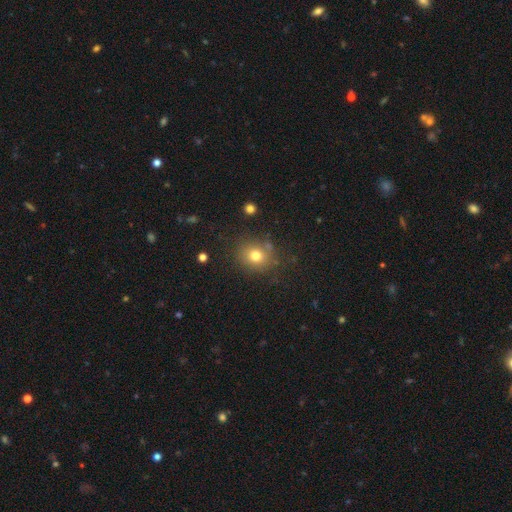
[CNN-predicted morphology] Smooth or featured? Predicted: smooth (p=0.76). How rounded? Predicted: round (p=0.73). Merging? Predicted: none (p=0.78).